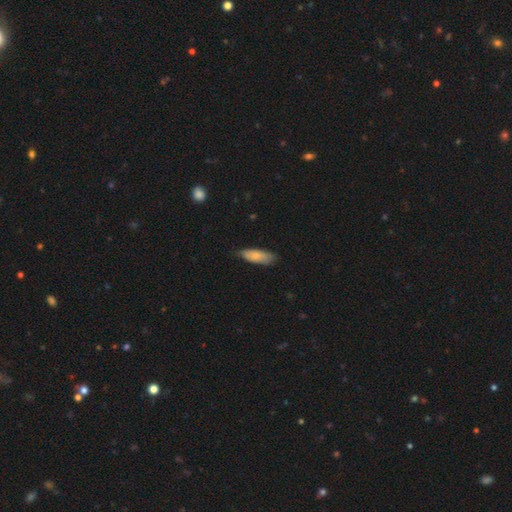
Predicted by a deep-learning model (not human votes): Q: Smooth or featured?
A: smooth (82%); runner-up: featured or disk (12%)
Q: How rounded?
A: in between (69%); runner-up: cigar-shaped (30%)
Q: Merging?
A: none (69%); runner-up: minor disturbance (26%)